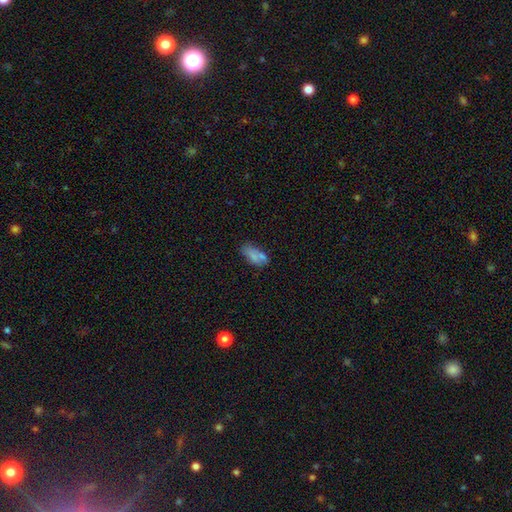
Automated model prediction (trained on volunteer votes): Smooth or featured?
  - smooth: 73% *
  - featured or disk: 16%
  - star or artifact: 11%
How rounded?
  - in between: 89% *
  - cigar-shaped: 7%
  - round: 4%
Merging?
  - none: 56% *
  - minor disturbance: 23%
  - merger: 12%
  - major disturbance: 9%